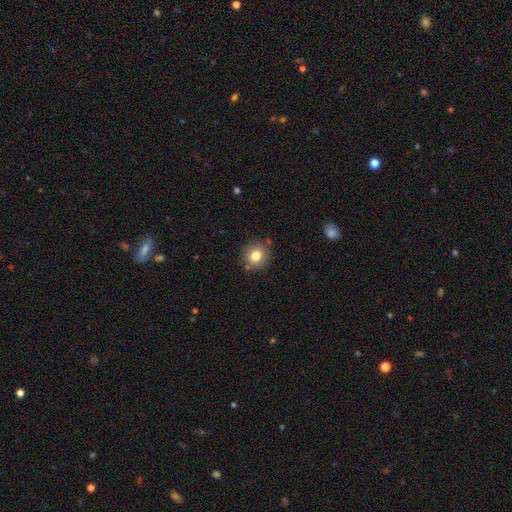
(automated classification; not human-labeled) This appears to be a smooth galaxy with no disk features (79%) that is round (84%). Merging: none (84%).